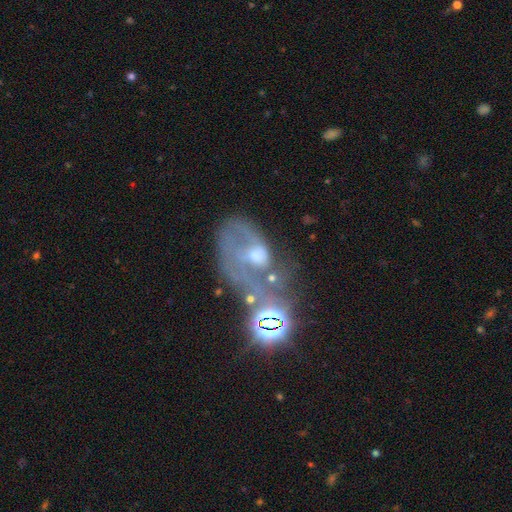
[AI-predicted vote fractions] This appears to be a featured or disk galaxy (60%) with no bar (70%), spiral arms (61%) and a moderate central bulge (48%). Merging: major disturbance (39%).